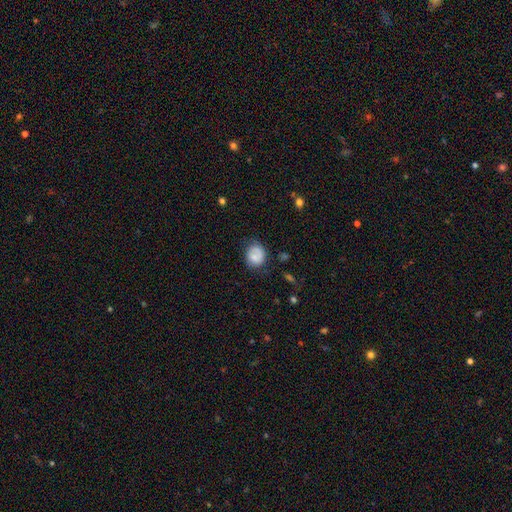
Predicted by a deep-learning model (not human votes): A smooth galaxy with no disk features (70%) that is round (68%).

Vote fractions:
- Smooth or featured? smooth: 70% / featured or disk: 22% / star or artifact: 8%
- How rounded? round: 68% / in between: 31% / cigar-shaped: 1%
- Merging? none: 65% / minor disturbance: 24% / major disturbance: 9% / merger: 2%